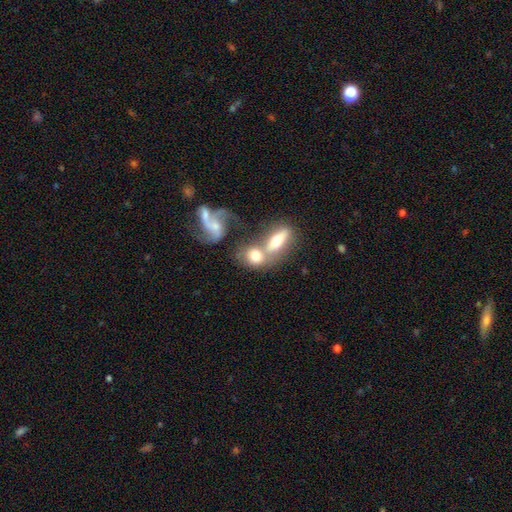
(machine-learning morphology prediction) Smooth or featured: smooth — 62% (featured or disk — 29%)
How rounded: in between — 59% (round — 32%)
Merging: merger — 60% (none — 26%)